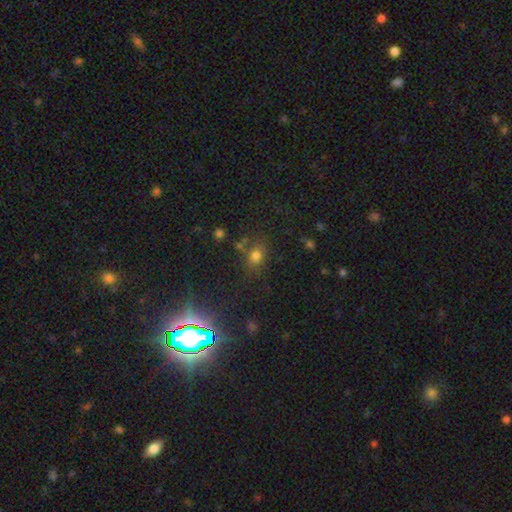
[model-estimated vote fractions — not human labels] Smooth or featured?
  - smooth: 65% *
  - star or artifact: 25%
  - featured or disk: 10%
How rounded?
  - round: 59% *
  - in between: 39%
  - cigar-shaped: 2%
Merging?
  - none: 67% *
  - minor disturbance: 15%
  - merger: 10%
  - major disturbance: 8%